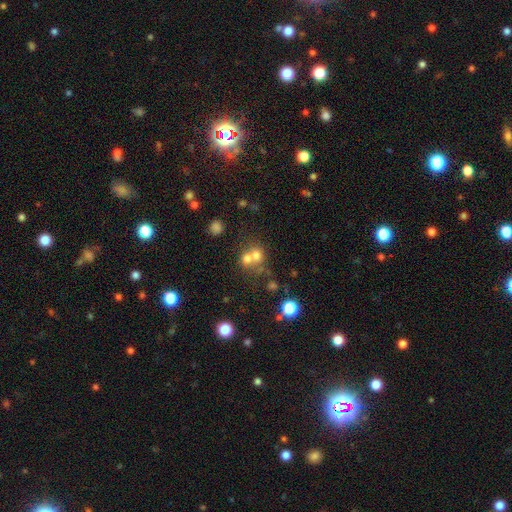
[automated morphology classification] This is likely a smooth galaxy (66%). How rounded: likely round (78%). Merging: possibly merger (57%).